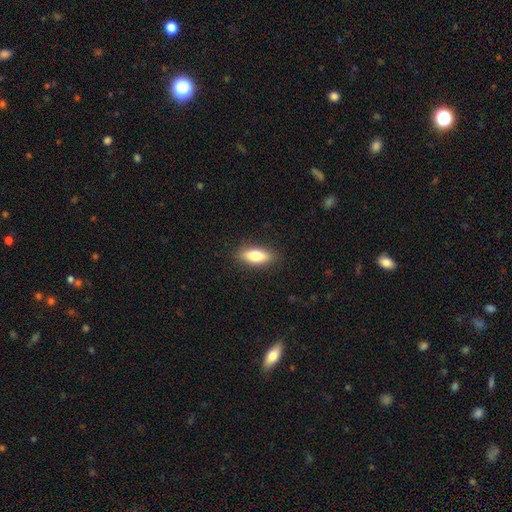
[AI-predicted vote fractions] Smooth or featured? Predicted: smooth (p=0.78). How rounded? Predicted: in between (p=0.72). Merging? Predicted: none (p=0.87).